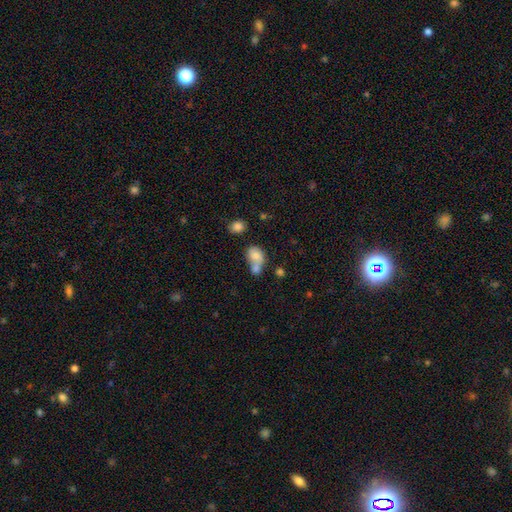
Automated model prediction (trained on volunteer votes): A smooth galaxy with no disk features (77%) that is in between round and cigar-shaped (63%). Merging: merger (60%).